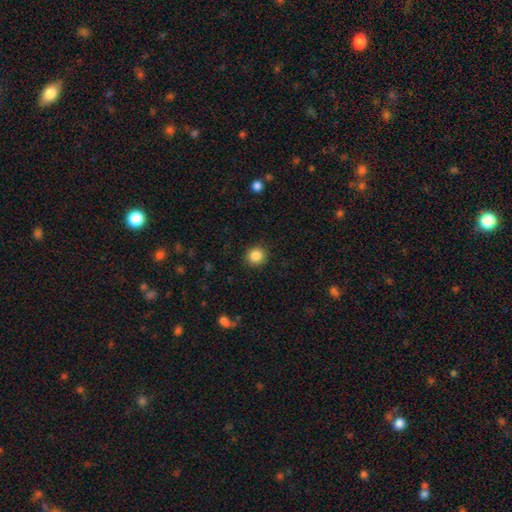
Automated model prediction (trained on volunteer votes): This is clearly a smooth galaxy (86%). How rounded: clearly round (90%). Merging: clearly none (91%).